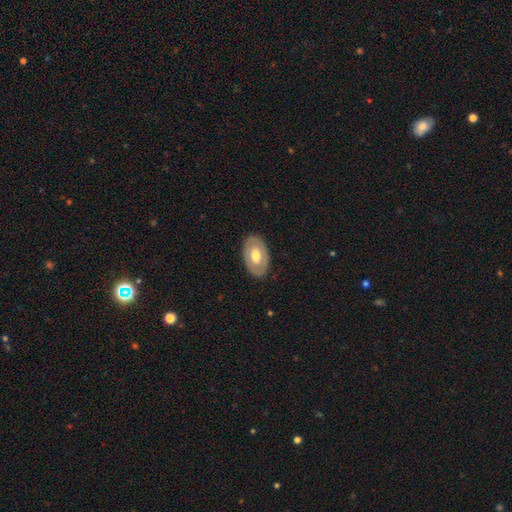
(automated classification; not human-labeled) Overall: smooth (48%; featured or disk 47%). Merging: none (85%).